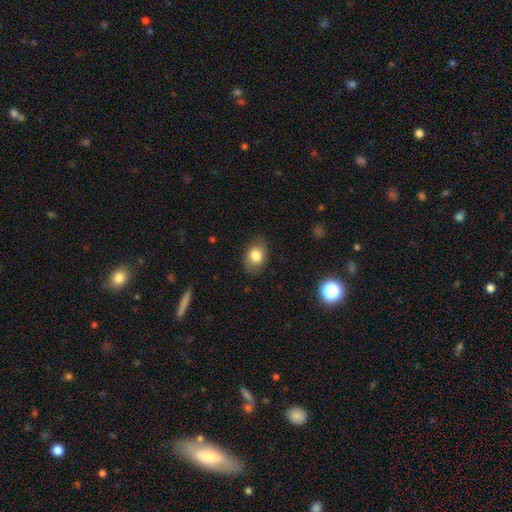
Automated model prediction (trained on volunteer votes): Overall: smooth (81%). How rounded: in between (73%). Merging: none (81%).